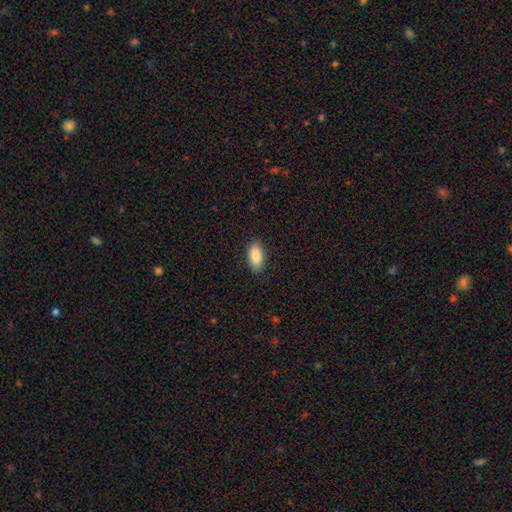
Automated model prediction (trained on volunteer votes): This is clearly a smooth galaxy (86%). How rounded: clearly in between (92%). Merging: clearly none (88%).